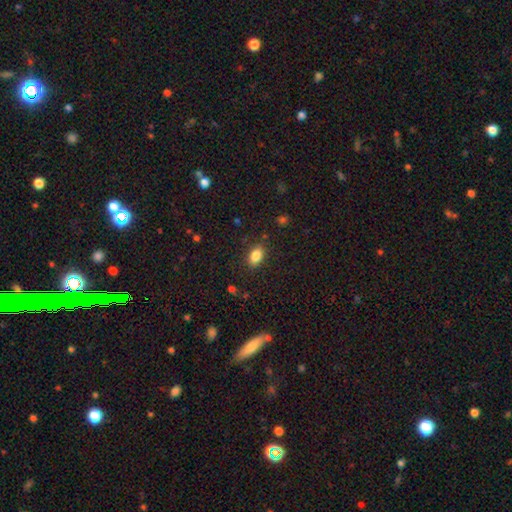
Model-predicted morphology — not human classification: This is clearly a smooth galaxy (85%). How rounded: clearly in between (89%). Merging: clearly none (86%).